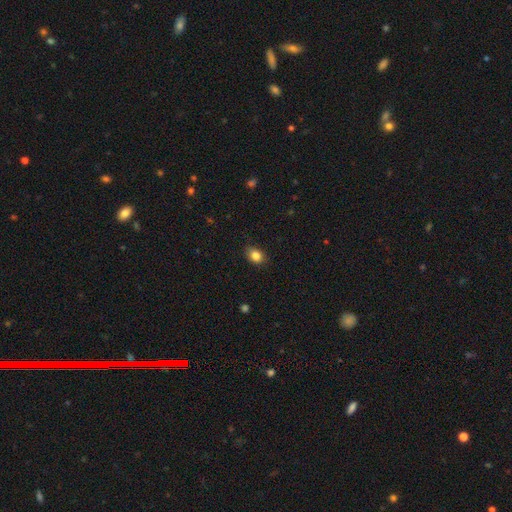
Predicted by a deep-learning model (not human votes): Overall: smooth (85%). How rounded: in between (64%; round 35%). Merging: none (85%).